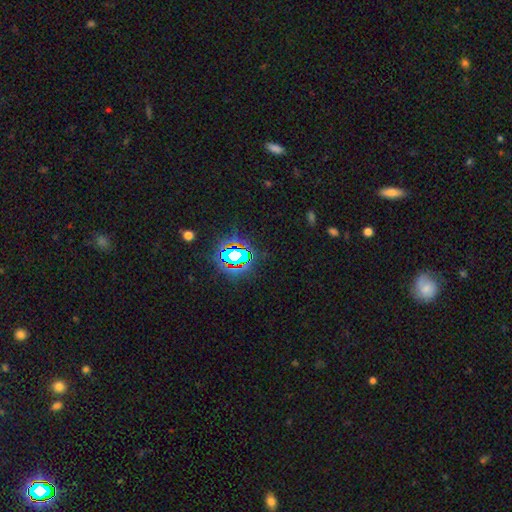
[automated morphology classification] star or artifact 77%, smooth 15%, featured or disk 8%.